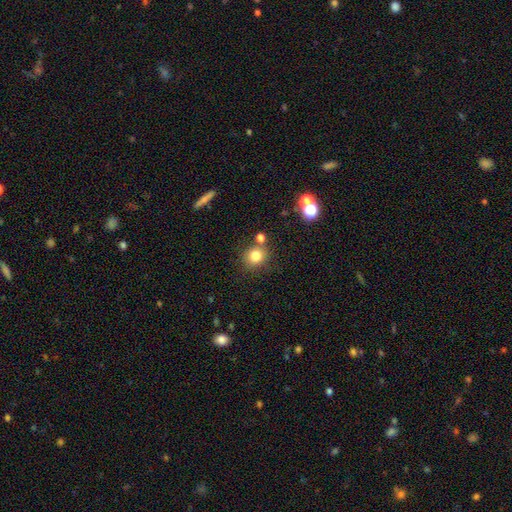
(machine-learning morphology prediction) Smooth or featured?
  - smooth: 80% *
  - star or artifact: 13%
  - featured or disk: 7%
How rounded?
  - round: 84% *
  - in between: 15%
  - cigar-shaped: 1%
Merging?
  - none: 75% *
  - merger: 12%
  - minor disturbance: 10%
  - major disturbance: 3%